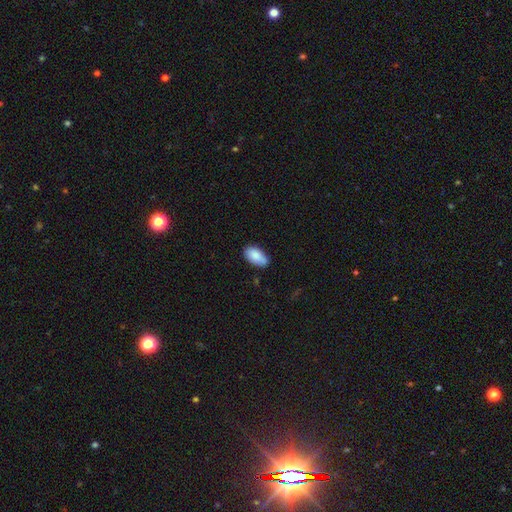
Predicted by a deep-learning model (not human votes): Overall: smooth (86%). How rounded: in between (94%). Merging: none (67%).